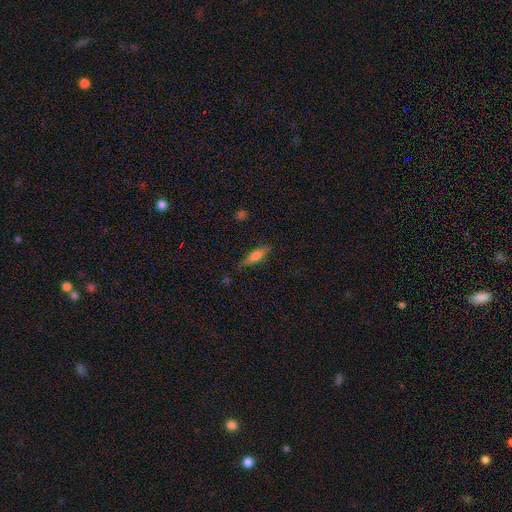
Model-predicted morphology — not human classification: Overall: smooth (51%; featured or disk 39%). How rounded: cigar-shaped (56%; in between 41%). Merging: none (75%).